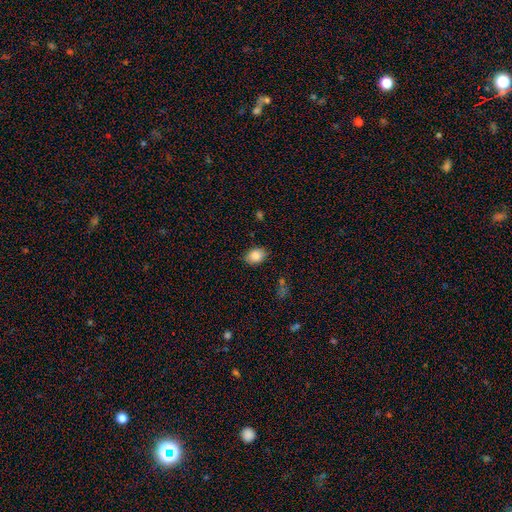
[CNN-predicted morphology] Q: Smooth or featured?
A: smooth (85%); runner-up: star or artifact (8%)
Q: How rounded?
A: in between (69%); runner-up: round (30%)
Q: Merging?
A: none (81%); runner-up: minor disturbance (15%)